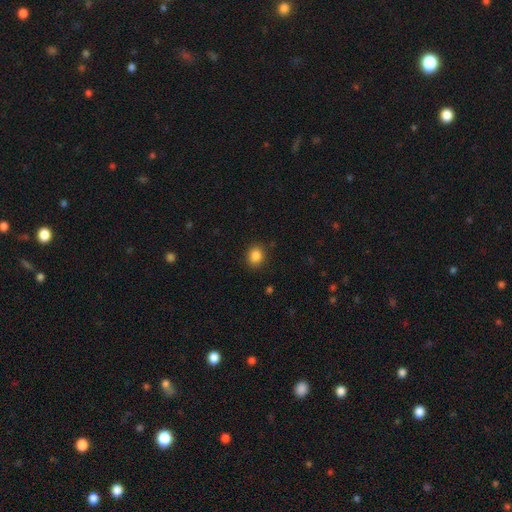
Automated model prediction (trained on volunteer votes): The model was most divided on "how rounded": round: 64%, in between: 35%, cigar-shaped: 1%. More confident: merging — none (87%); smooth or featured — smooth (86%).